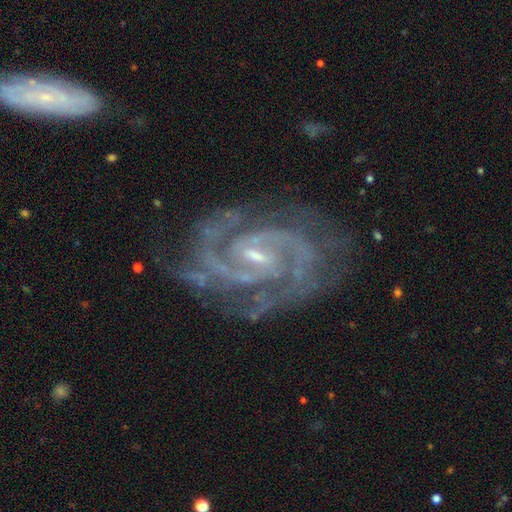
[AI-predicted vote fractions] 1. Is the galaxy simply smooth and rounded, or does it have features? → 93% featured or disk, 5% star or artifact, 2% smooth.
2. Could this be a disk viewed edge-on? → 98% no, 2% yes.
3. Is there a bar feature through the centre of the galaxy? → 49% weak, 27% no, 24% strong.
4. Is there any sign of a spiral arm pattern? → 99% yes, 1% no.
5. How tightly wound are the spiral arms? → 54% tight, 41% medium, 5% loose.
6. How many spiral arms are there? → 72% 2, 12% 3, 6% can't tell, 4% 4, 3% more than 4, 3% 1.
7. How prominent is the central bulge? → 75% small, 18% moderate, 4% none, 1% large, 1% dominant.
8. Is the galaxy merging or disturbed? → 72% none, 18% minor disturbance, 7% major disturbance, 3% merger.